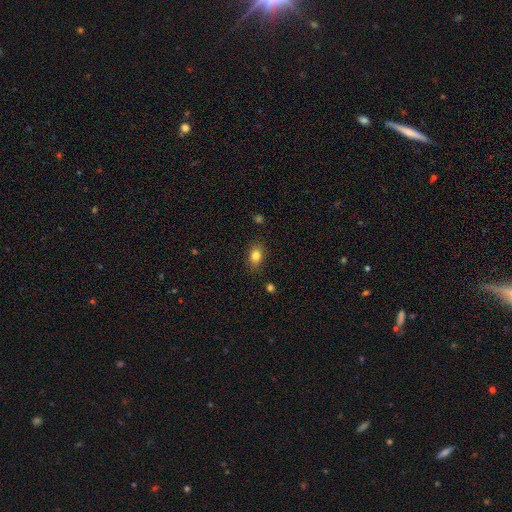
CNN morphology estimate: Q: Smooth or featured?
A: smooth (82%); runner-up: star or artifact (10%)
Q: How rounded?
A: in between (76%); runner-up: round (22%)
Q: Merging?
A: none (84%); runner-up: minor disturbance (12%)